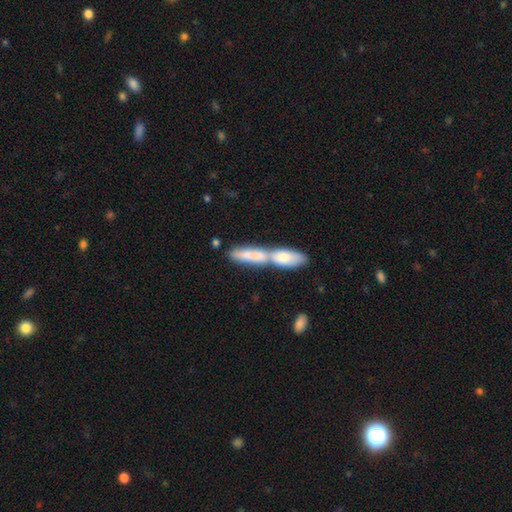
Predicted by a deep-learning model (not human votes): Smooth or featured: smooth — 63% (featured or disk — 30%)
How rounded: cigar-shaped — 68% (in between — 29%)
Merging: merger — 68% (none — 22%)